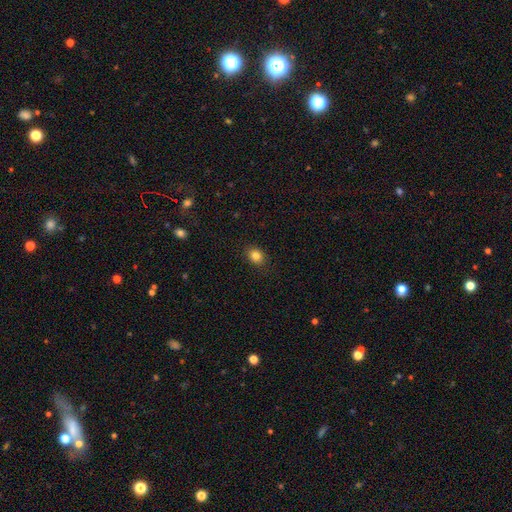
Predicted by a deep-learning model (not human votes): Smooth or featured?
  - smooth: 83% *
  - star or artifact: 11%
  - featured or disk: 6%
How rounded?
  - round: 50% *
  - in between: 49%
  - cigar-shaped: 1%
Merging?
  - none: 88% *
  - minor disturbance: 8%
  - major disturbance: 2%
  - merger: 1%